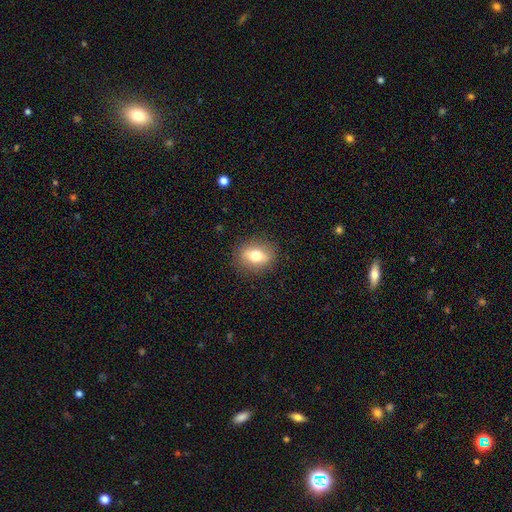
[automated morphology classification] Smooth or featured? Predicted: smooth (p=0.65). How rounded? Predicted: in between (p=0.57). Merging? Predicted: none (p=0.87).